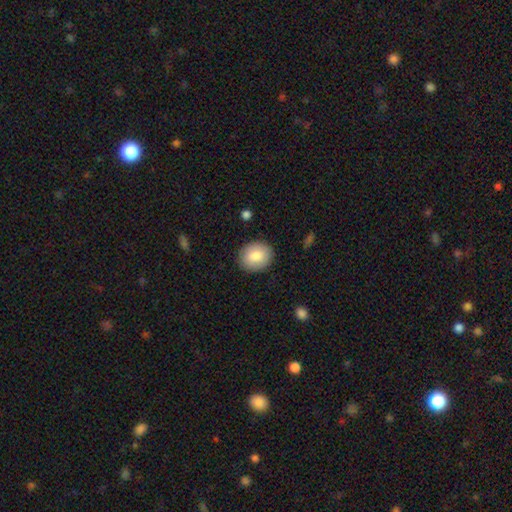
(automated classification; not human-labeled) A smooth galaxy with no disk features (84%) that is round (59%). Merging: none (88%).